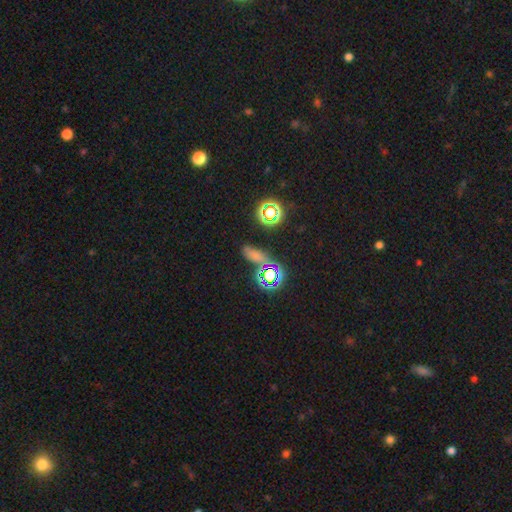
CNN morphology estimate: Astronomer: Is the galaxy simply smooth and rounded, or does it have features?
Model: smooth — 47% (runner-up: star or artifact, 42%).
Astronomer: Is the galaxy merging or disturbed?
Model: none — 69%.